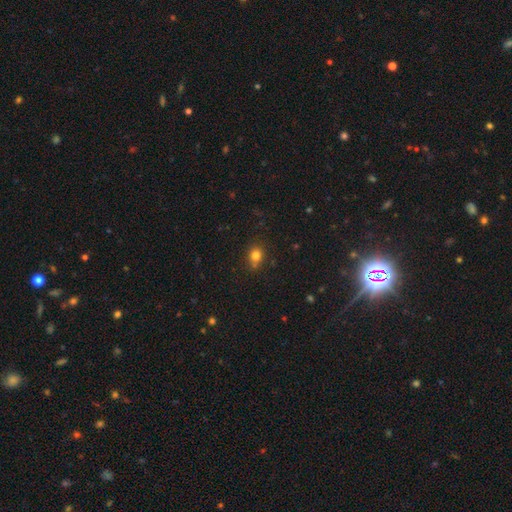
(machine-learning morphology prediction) Smooth or featured?
  - smooth: 79% *
  - star or artifact: 14%
  - featured or disk: 7%
How rounded?
  - round: 70% *
  - in between: 29%
  - cigar-shaped: 1%
Merging?
  - none: 72% *
  - minor disturbance: 16%
  - merger: 8%
  - major disturbance: 4%